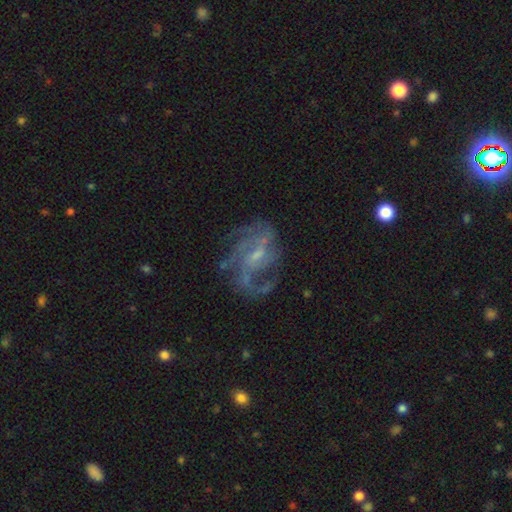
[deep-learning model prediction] A featured or disk galaxy (84%) with a weak bar (52%), 3 (27%) medium (48%) spiral arms (93%) and a small central bulge (61%).

Vote fractions:
- Smooth or featured? featured or disk: 84% / star or artifact: 9% / smooth: 7%
- Edge-on disk? no: 97% / yes: 3%
- Bar? weak: 52% / no: 32% / strong: 16%
- Spiral arms? yes: 93% / no: 7%
- Spiral winding? medium: 48% / tight: 28% / loose: 24%
- Spiral arm count? 3: 27% / can't tell: 24% / 2: 19% / 4: 16% / 1: 7% / more than 4: 7%
- Bulge size? small: 61% / moderate: 26% / none: 9% / large: 2% / dominant: 1%
- Merging? none: 62% / minor disturbance: 18% / major disturbance: 18% / merger: 2%